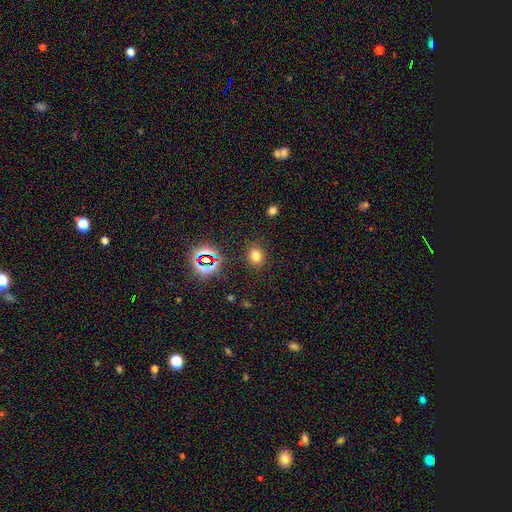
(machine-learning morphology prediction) This is likely a smooth galaxy (72%). How rounded: possibly round (56%). Merging: clearly none (87%).